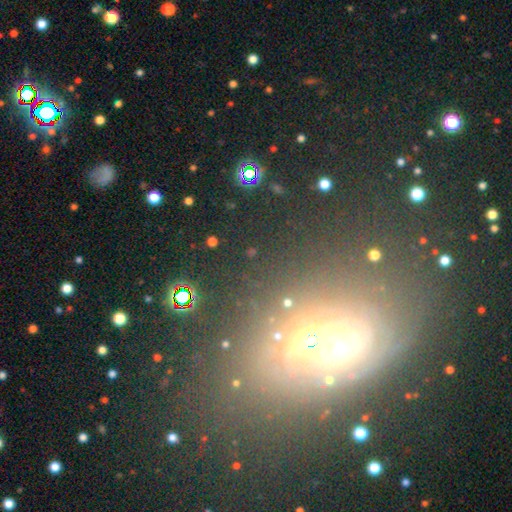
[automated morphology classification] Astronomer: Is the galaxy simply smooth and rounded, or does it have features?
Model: featured or disk — 37% (runner-up: star or artifact, 36%).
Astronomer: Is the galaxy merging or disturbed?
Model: none — 53%.